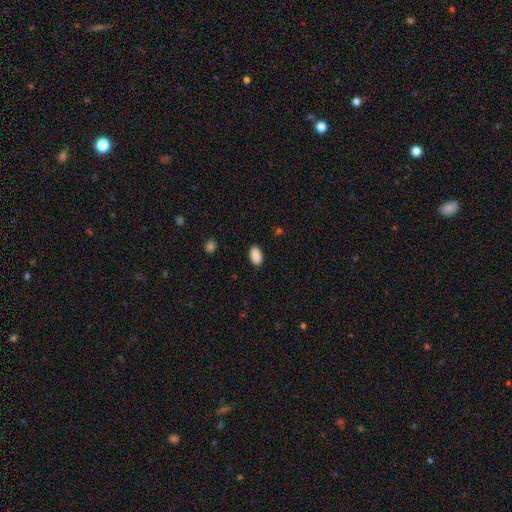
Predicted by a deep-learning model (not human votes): Smooth or featured: smooth — 90% (star or artifact — 7%)
How rounded: in between — 94% (round — 4%)
Merging: none — 88% (minor disturbance — 9%)